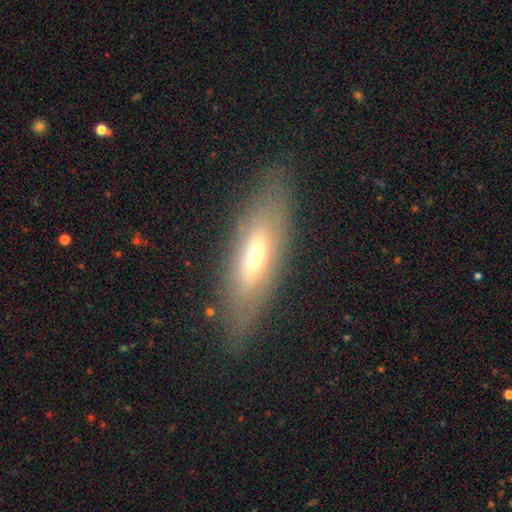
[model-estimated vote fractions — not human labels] This appears to be a smooth galaxy with no disk features (49%). Merging: none (83%).